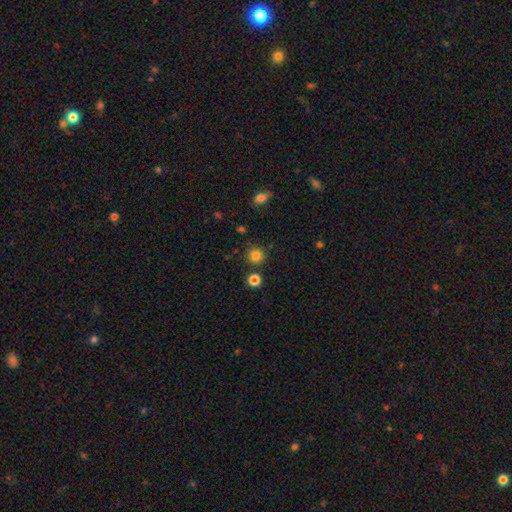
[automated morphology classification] Q: Smooth or featured?
A: smooth (83%); runner-up: star or artifact (13%)
Q: How rounded?
A: round (93%); runner-up: in between (6%)
Q: Merging?
A: none (86%); runner-up: minor disturbance (7%)